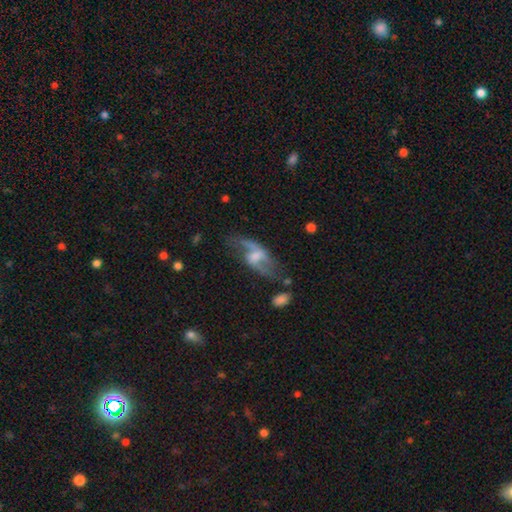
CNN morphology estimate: featured or disk 74%, smooth 18%, star or artifact 8%. Down the decision tree: edge-on disk — no (87%); bar — weak (47%); spiral arms — yes (82%); spiral arm count — 2 (84%); spiral winding — loose (69%); bulge size — moderate (36%, tied with small); merging — none (55%).